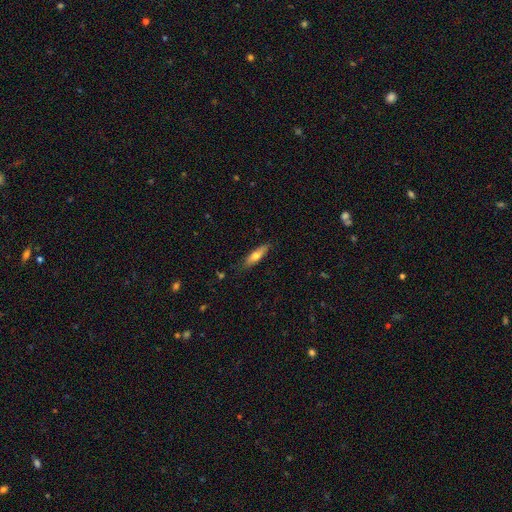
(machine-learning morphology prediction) A smooth galaxy with no disk features (66%) that is cigar-shaped (62%).

Vote fractions:
- Smooth or featured? smooth: 66% / featured or disk: 28% / star or artifact: 6%
- How rounded? cigar-shaped: 62% / in between: 36% / round: 2%
- Merging? none: 81% / minor disturbance: 15% / major disturbance: 3% / merger: 1%